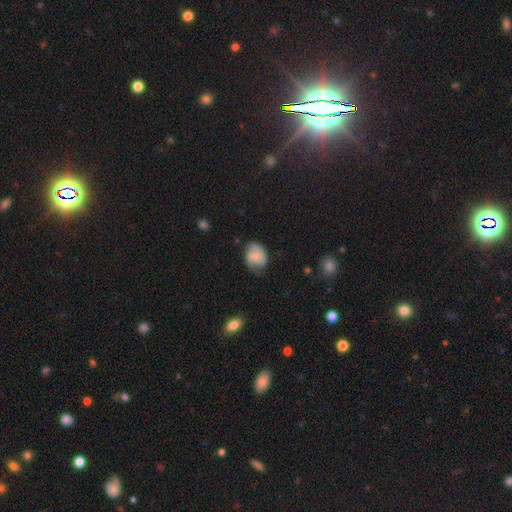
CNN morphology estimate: Smooth or featured?
  - smooth: 54% *
  - featured or disk: 38%
  - star or artifact: 9%
How rounded?
  - in between: 60% *
  - round: 39%
  - cigar-shaped: 1%
Merging?
  - none: 57% *
  - minor disturbance: 30%
  - major disturbance: 11%
  - merger: 2%